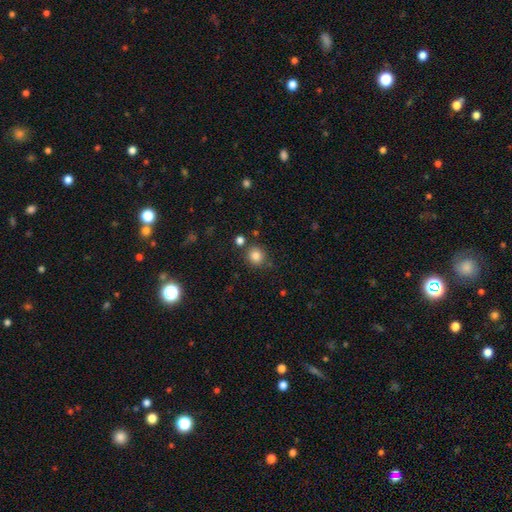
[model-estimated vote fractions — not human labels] Smooth or featured? Predicted: smooth (p=0.83). How rounded? Predicted: round (p=0.87). Merging? Predicted: none (p=0.82).